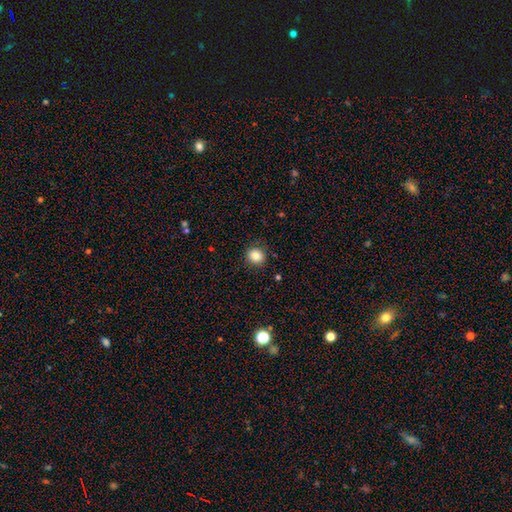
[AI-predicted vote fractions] The model was most divided on "how rounded": round: 79%, in between: 20%, cigar-shaped: 1%. More confident: merging — none (88%); smooth or featured — smooth (84%).